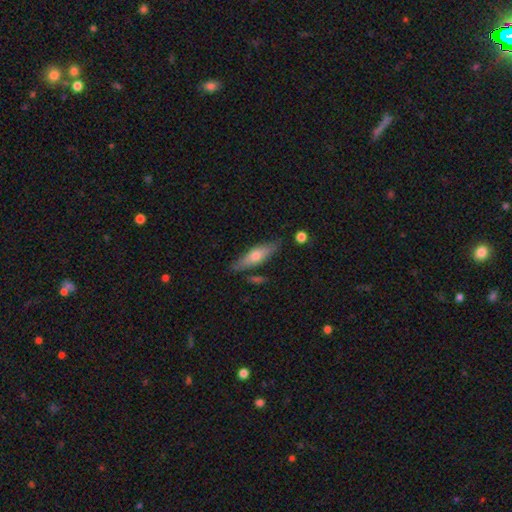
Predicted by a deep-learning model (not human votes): A smooth galaxy with no disk features (55%) that is cigar-shaped (61%). Merging: none (79%).